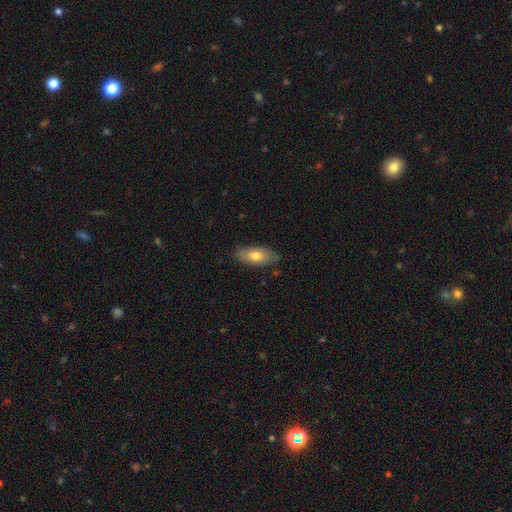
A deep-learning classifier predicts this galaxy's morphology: type=smooth (69%); roundness=in between (85%); merging=none (80%).